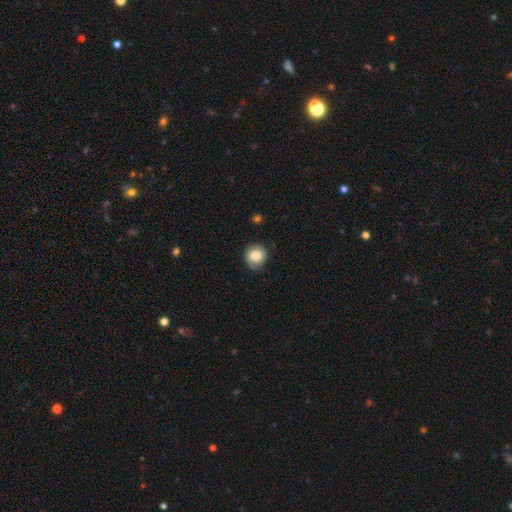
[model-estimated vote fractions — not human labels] This appears to be a smooth galaxy with no disk features (80%) that is round (84%). Merging: none (75%).